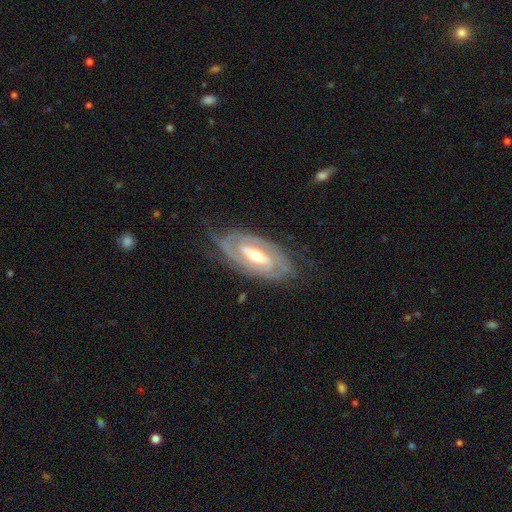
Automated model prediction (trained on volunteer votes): Smooth or featured? Predicted: featured or disk (p=0.88). Edge-on disk? Predicted: no (p=0.93). Bar? Predicted: weak (p=0.38). Spiral arms? Predicted: yes (p=0.93). Spiral winding? Predicted: tight (p=0.70). Spiral arm count? Predicted: 2 (p=0.68). Bulge size? Predicted: moderate (p=0.63). Merging? Predicted: none (p=0.75).